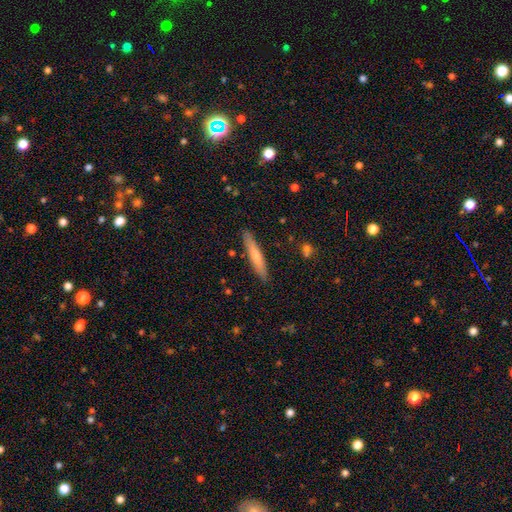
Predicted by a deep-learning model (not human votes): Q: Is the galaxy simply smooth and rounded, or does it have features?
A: smooth — 59%.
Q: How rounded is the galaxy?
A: cigar-shaped — 92%.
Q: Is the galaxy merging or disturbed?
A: none — 89%.